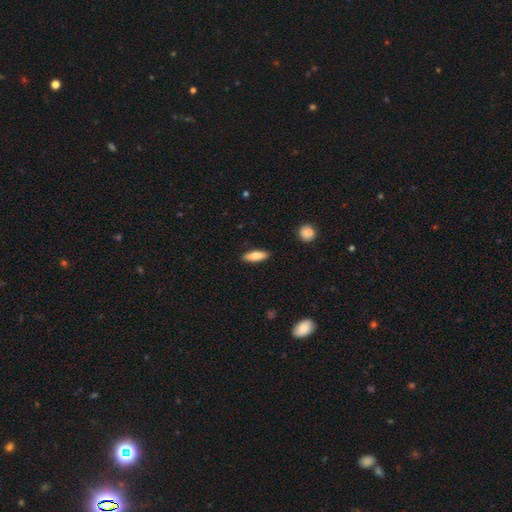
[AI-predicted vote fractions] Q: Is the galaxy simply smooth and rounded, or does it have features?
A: smooth — 79%.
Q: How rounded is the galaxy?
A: in between — 57%.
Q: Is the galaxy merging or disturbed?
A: none — 88%.